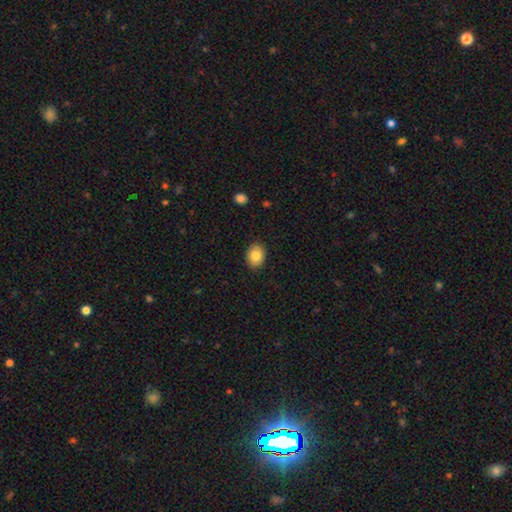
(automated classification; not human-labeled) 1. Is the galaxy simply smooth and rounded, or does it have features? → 84% smooth, 8% featured or disk, 8% star or artifact.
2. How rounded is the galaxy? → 60% in between, 39% round, 1% cigar-shaped.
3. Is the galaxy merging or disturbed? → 88% none, 9% minor disturbance, 2% major disturbance, 1% merger.